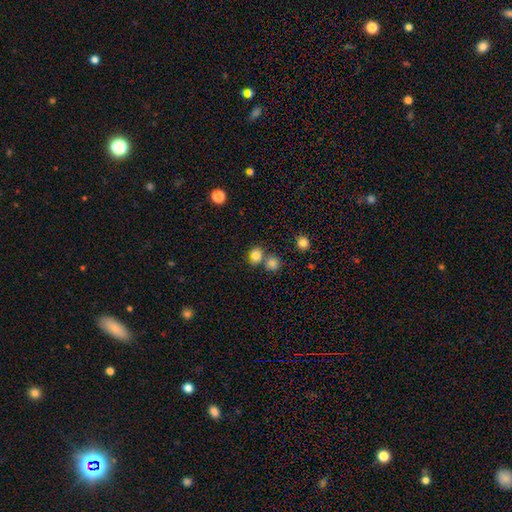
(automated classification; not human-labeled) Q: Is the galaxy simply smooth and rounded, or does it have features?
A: smooth — 82%.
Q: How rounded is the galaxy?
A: round — 67%.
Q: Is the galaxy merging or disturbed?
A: none — 60%.